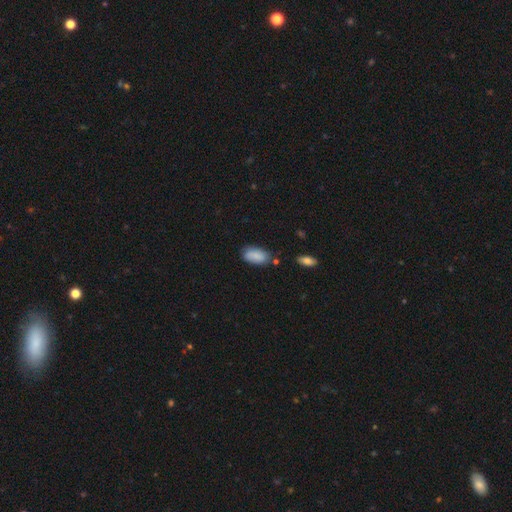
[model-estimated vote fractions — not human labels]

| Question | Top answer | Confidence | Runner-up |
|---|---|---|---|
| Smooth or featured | smooth | 86% | featured or disk (7%) |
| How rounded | in between | 93% | cigar-shaped (4%) |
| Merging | none | 71% | minor disturbance (19%) |